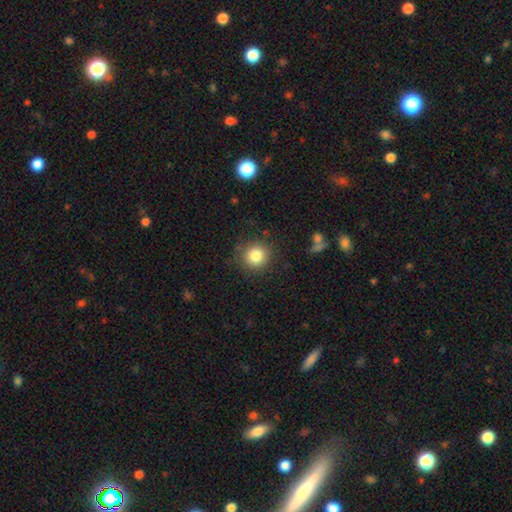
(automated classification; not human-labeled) Smooth or featured? smooth (83%)
How rounded? round (92%)
Merging? none (86%)